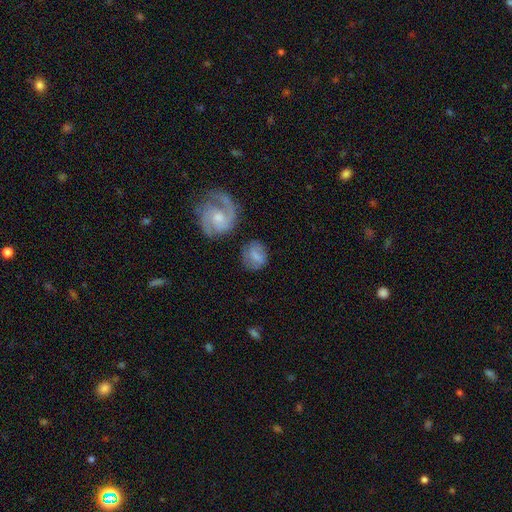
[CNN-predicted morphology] This appears to be a smooth galaxy with no disk features (62%) that is round (65%). Merging: none (69%).